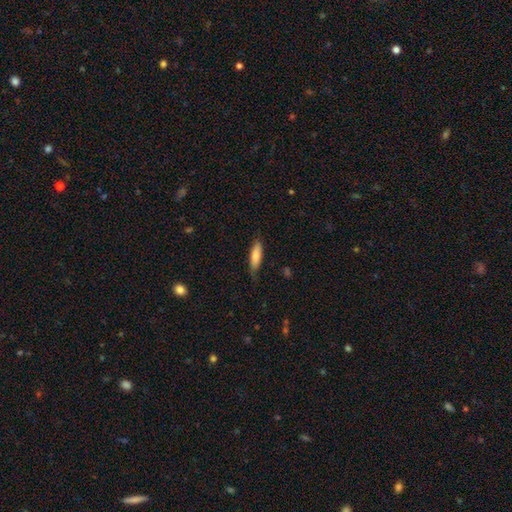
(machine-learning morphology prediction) Smooth or featured? Predicted: smooth (p=0.80). How rounded? Predicted: cigar-shaped (p=0.53). Merging? Predicted: none (p=0.76).